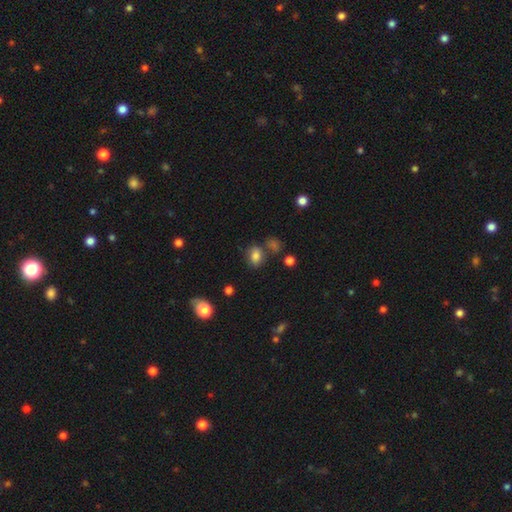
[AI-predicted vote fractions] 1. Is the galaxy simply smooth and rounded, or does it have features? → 80% smooth, 13% star or artifact, 7% featured or disk.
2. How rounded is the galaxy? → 66% in between, 32% round, 1% cigar-shaped.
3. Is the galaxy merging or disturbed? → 65% none, 16% minor disturbance, 13% merger, 6% major disturbance.